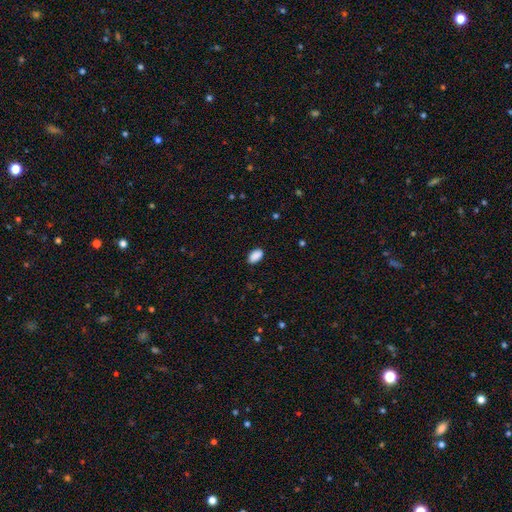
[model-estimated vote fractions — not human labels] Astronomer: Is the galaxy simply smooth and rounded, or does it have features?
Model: smooth — 90%.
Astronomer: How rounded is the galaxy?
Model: in between — 93%.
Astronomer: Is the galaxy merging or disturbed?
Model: none — 87%.